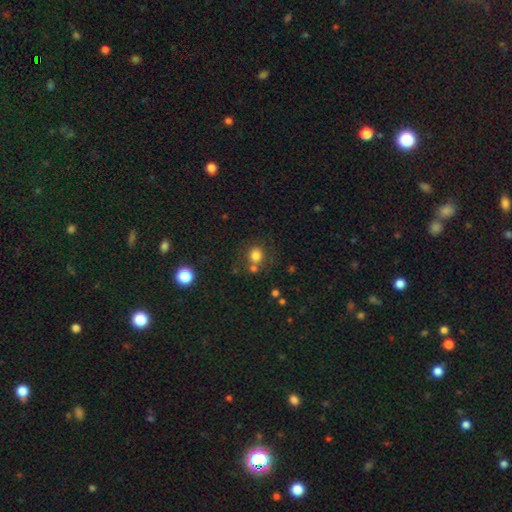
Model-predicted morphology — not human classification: smooth 80%, star or artifact 13%, featured or disk 7%. Down the decision tree: how rounded — round (81%); merging — none (65%).